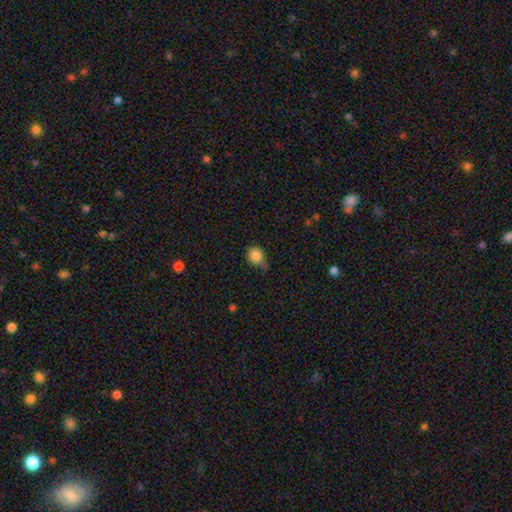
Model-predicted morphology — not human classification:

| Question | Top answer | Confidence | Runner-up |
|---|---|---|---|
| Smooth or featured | smooth | 85% | star or artifact (10%) |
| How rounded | round | 70% | in between (29%) |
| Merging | none | 57% | minor disturbance (32%) |